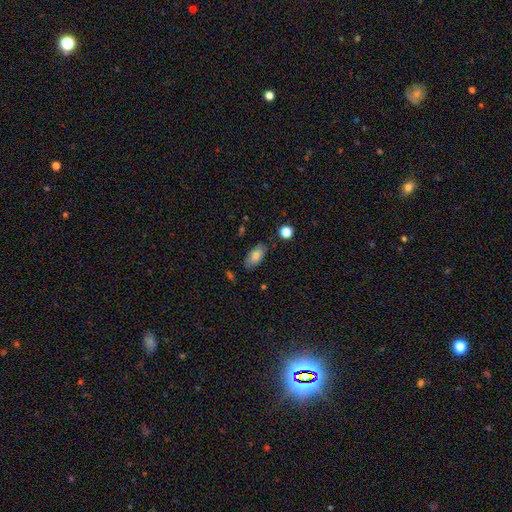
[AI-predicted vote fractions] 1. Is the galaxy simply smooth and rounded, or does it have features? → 82% smooth, 11% featured or disk, 8% star or artifact.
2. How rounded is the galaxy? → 91% in between, 5% cigar-shaped, 3% round.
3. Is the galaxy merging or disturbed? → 81% none, 14% minor disturbance, 3% major disturbance, 2% merger.